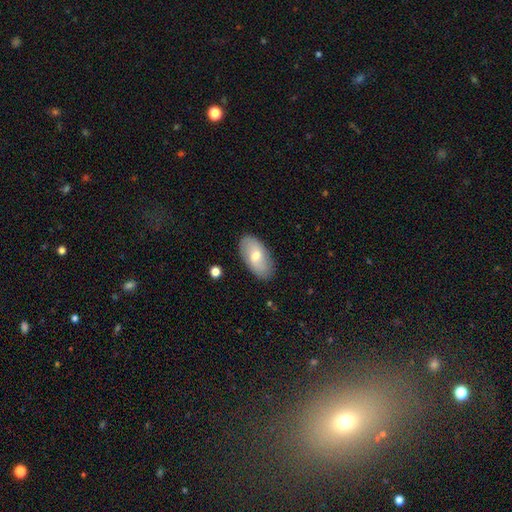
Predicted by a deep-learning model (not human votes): Q: Smooth or featured?
A: smooth (64%); runner-up: featured or disk (30%)
Q: How rounded?
A: in between (94%); runner-up: round (3%)
Q: Merging?
A: none (85%); runner-up: minor disturbance (11%)